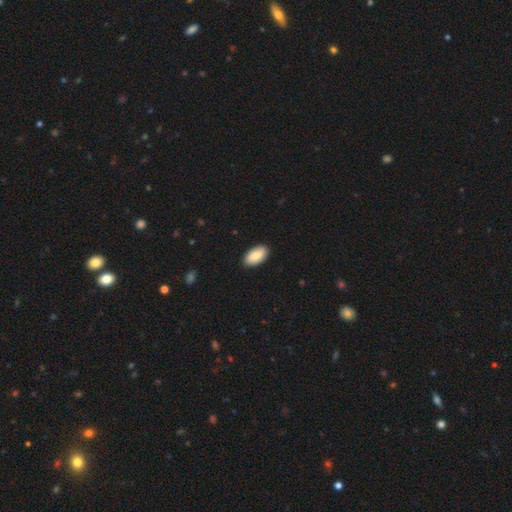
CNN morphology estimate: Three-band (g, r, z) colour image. It shows a smooth galaxy with no disk features (80%) that is in between round and cigar-shaped (95%). Merging: none (89%).